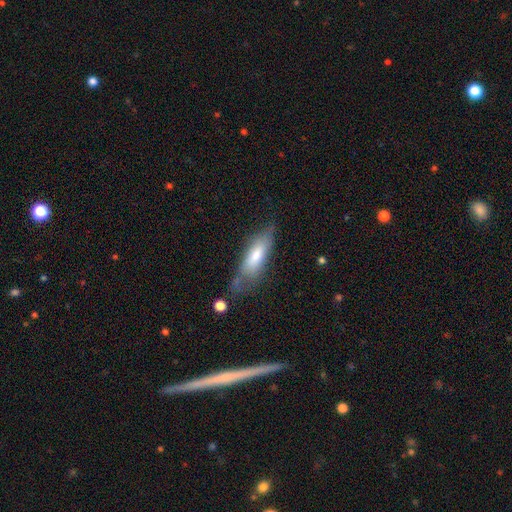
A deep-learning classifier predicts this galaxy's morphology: smooth 65%, featured or disk 29%, star or artifact 7%. Down the decision tree: how rounded — in between (51%); merging — none (53%).